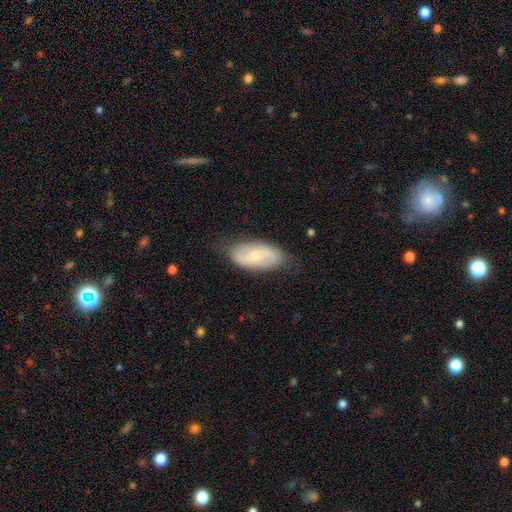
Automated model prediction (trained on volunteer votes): The model was most divided on "smooth or featured": featured or disk: 51%, smooth: 43%, star or artifact: 6%. More confident: edge-on disk — no (91%); merging — none (74%).